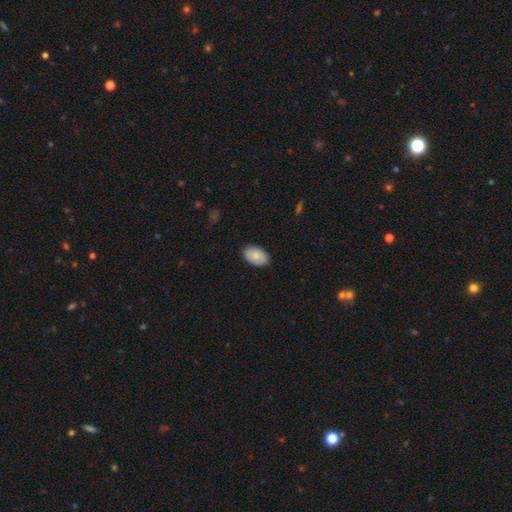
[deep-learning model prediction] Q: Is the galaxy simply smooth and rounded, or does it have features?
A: smooth — 79%.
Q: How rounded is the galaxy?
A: in between — 91%.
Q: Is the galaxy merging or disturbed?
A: none — 86%.